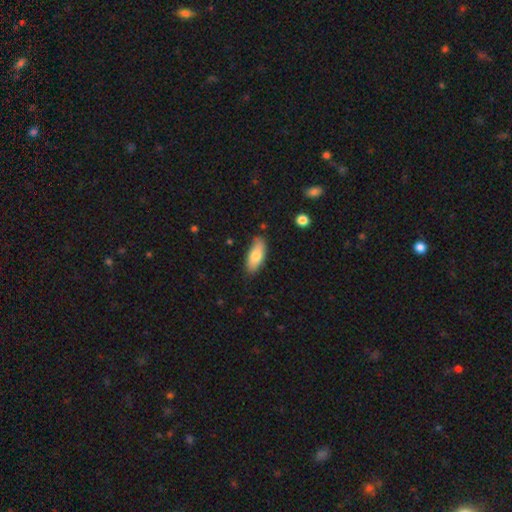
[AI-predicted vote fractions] Smooth or featured: smooth — 76% (featured or disk — 18%)
How rounded: in between — 81% (cigar-shaped — 17%)
Merging: none — 78% (minor disturbance — 17%)